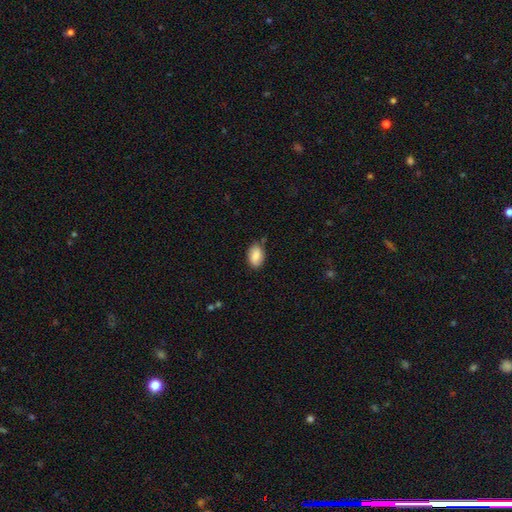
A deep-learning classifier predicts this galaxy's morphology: Smooth or featured: smooth — 82% (featured or disk — 11%)
How rounded: in between — 88% (round — 10%)
Merging: none — 75% (minor disturbance — 20%)